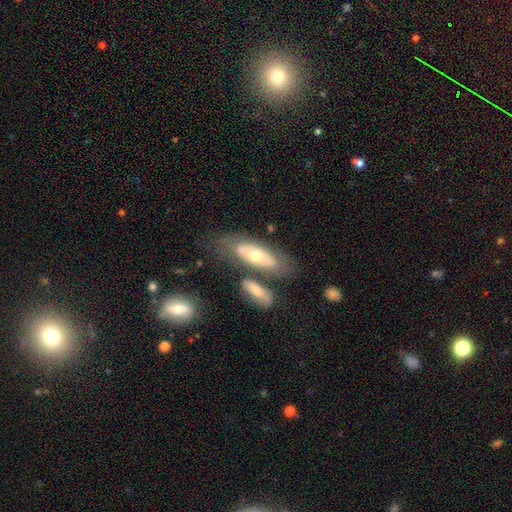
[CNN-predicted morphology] This appears to be a featured or disk galaxy (51%). Merging: none (59%).